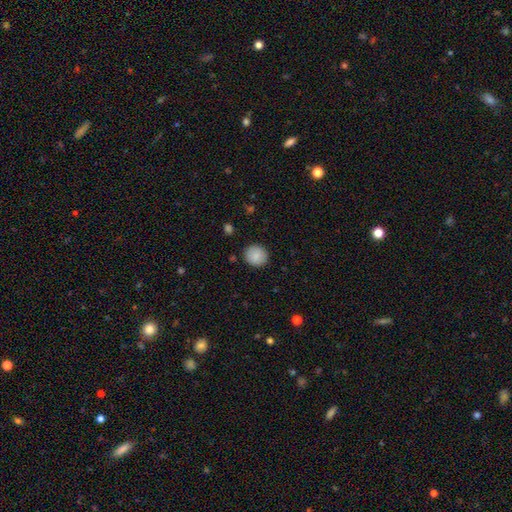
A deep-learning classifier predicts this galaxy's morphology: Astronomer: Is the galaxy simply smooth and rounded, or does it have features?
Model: smooth — 88%.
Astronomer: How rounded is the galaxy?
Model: round — 89%.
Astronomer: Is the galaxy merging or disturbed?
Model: none — 90%.